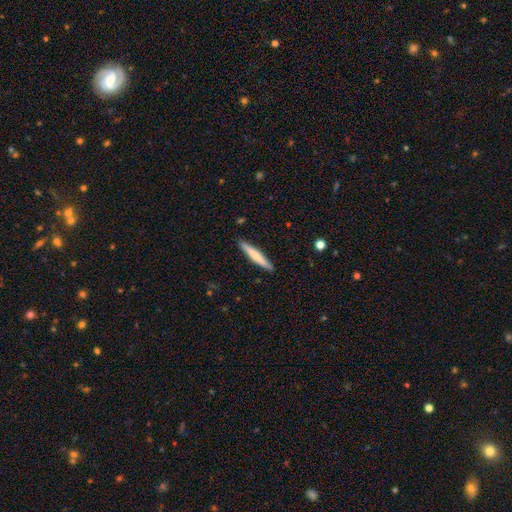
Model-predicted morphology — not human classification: Smooth or featured? Predicted: smooth (p=0.66). How rounded? Predicted: cigar-shaped (p=0.95). Merging? Predicted: none (p=0.91).